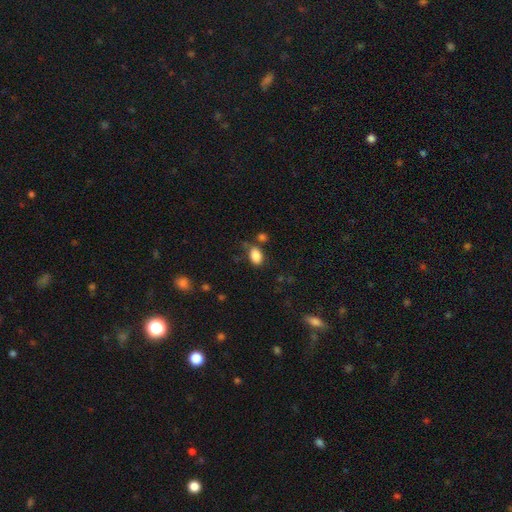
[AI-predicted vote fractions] The model was most divided on "merging": none: 67%, minor disturbance: 18%, merger: 9%, major disturbance: 6%. More confident: smooth or featured — smooth (85%); how rounded — in between (83%).